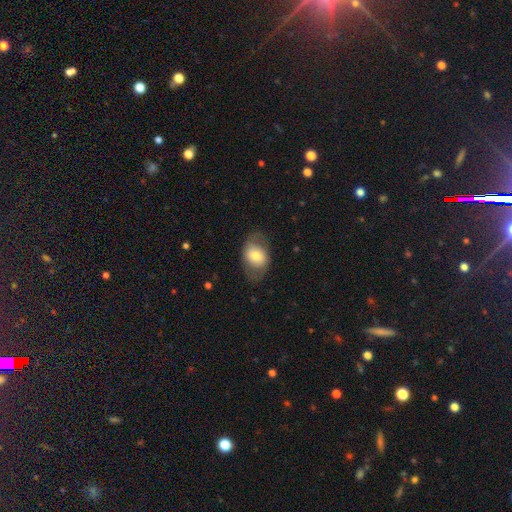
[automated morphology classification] Overall: smooth (65%; featured or disk 28%). How rounded: in between (75%). Merging: none (70%).